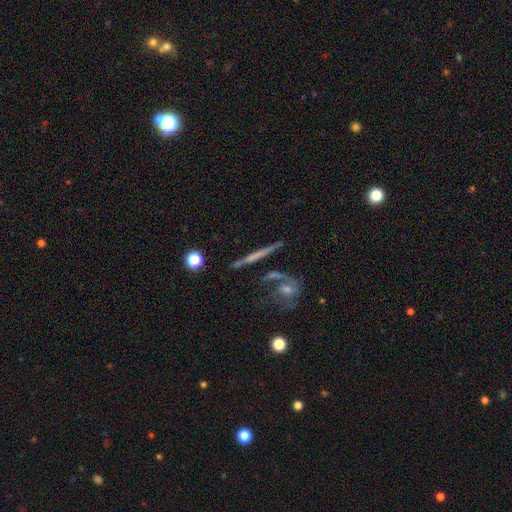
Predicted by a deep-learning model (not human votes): A featured or disk galaxy (61%) viewed edge-on (90%) with no central bulge (75%). Merging: none (72%).